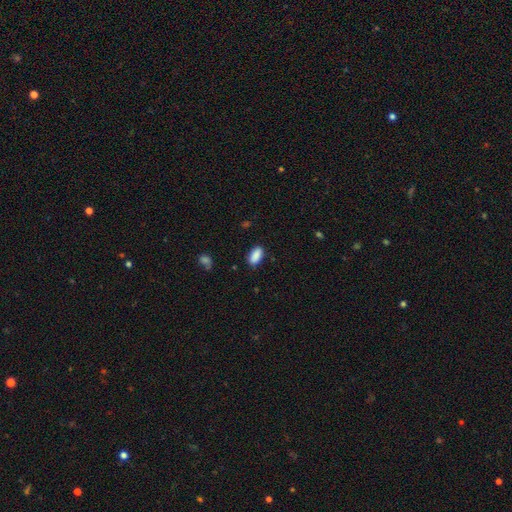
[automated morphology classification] smooth-or-featured: smooth: 89% | star or artifact: 7% | featured or disk: 4%
  how-rounded: in between: 92% | cigar-shaped: 5% | round: 3%
  merging: none: 83% | minor disturbance: 12% | major disturbance: 3% | merger: 1%